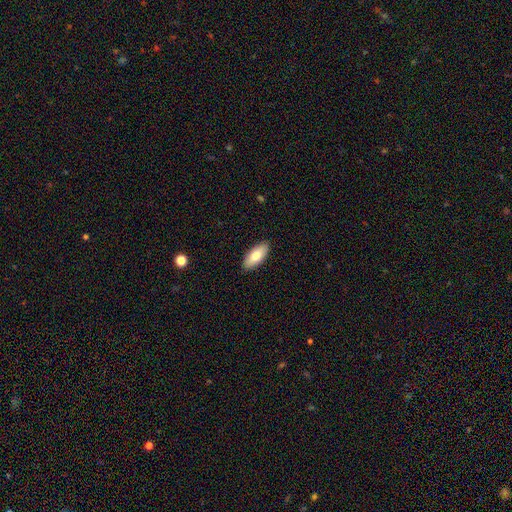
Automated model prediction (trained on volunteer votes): Smooth or featured? Predicted: smooth (p=0.77). How rounded? Predicted: in between (p=0.86). Merging? Predicted: none (p=0.89).